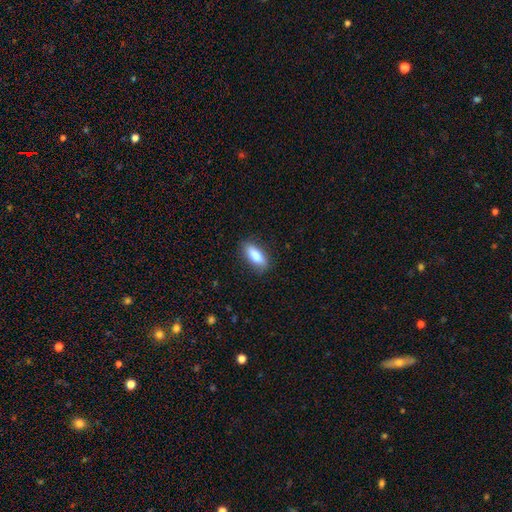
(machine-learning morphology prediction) Q: Smooth or featured?
A: smooth (79%); runner-up: featured or disk (14%)
Q: How rounded?
A: in between (74%); runner-up: cigar-shaped (24%)
Q: Merging?
A: none (85%); runner-up: minor disturbance (11%)